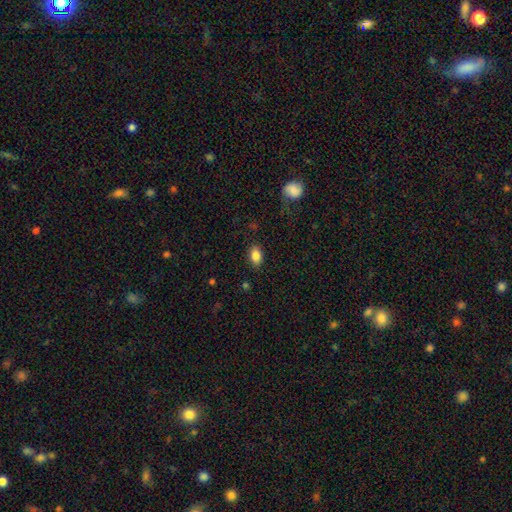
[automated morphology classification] A smooth galaxy with no disk features (85%) that is in between round and cigar-shaped (87%). Merging: none (85%).